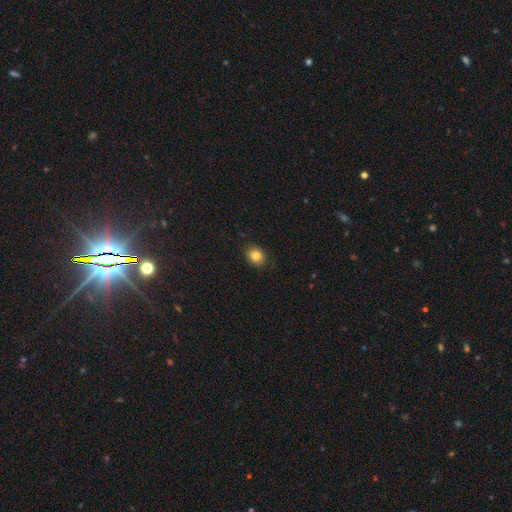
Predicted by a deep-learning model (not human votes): The model was most divided on "how rounded": round: 50%, in between: 49%, cigar-shaped: 1%. More confident: merging — none (88%); smooth or featured — smooth (83%).